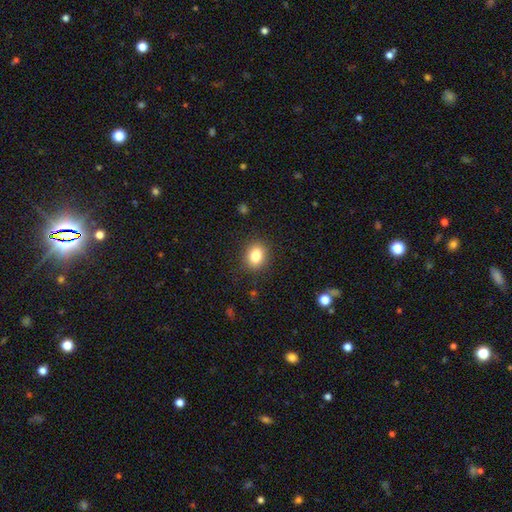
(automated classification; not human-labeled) This appears to be a smooth galaxy with no disk features (83%) that is in between round and cigar-shaped (50%). Merging: none (88%).